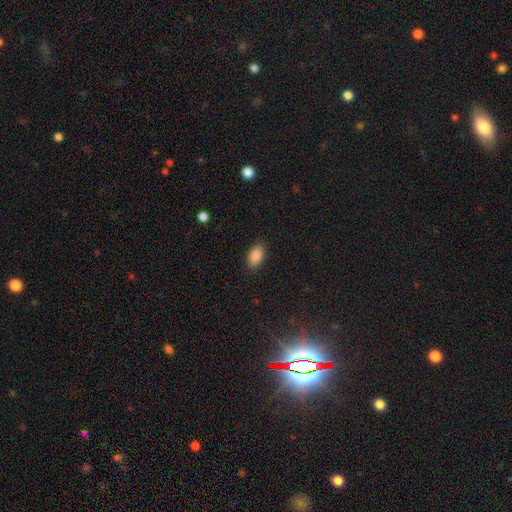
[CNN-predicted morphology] A smooth galaxy with no disk features (88%) that is in between round and cigar-shaped (93%).

Vote fractions:
- Smooth or featured? smooth: 88% / star or artifact: 8% / featured or disk: 4%
- How rounded? in between: 93% / round: 5% / cigar-shaped: 2%
- Merging? none: 87% / minor disturbance: 10% / major disturbance: 2% / merger: 1%